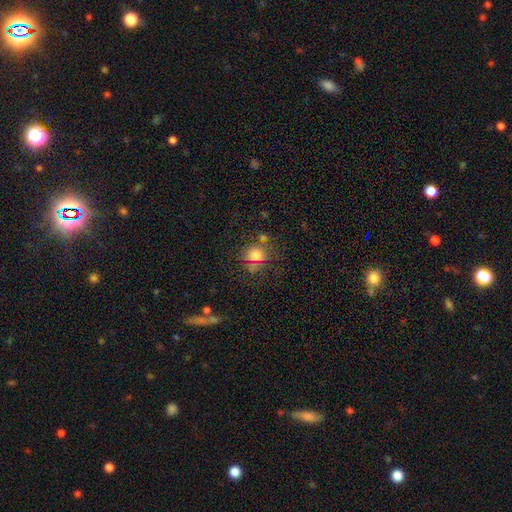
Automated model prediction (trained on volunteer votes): smooth-or-featured: smooth: 75% | star or artifact: 16% | featured or disk: 9%
  how-rounded: round: 85% | in between: 14% | cigar-shaped: 1%
  merging: none: 69% | minor disturbance: 15% | merger: 10% | major disturbance: 7%